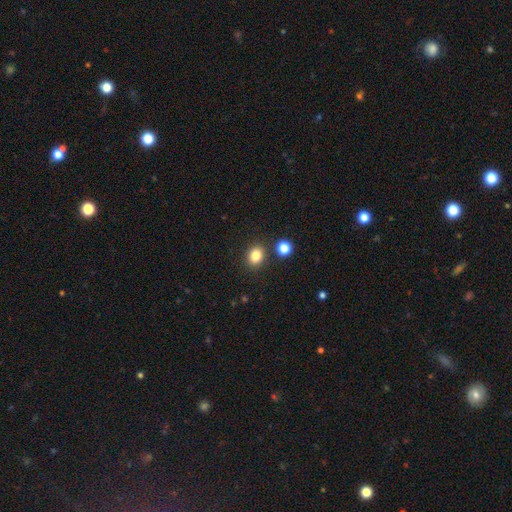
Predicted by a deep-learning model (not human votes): Morphology: type=smooth (83%); roundness=round (58%); merging=none (84%).